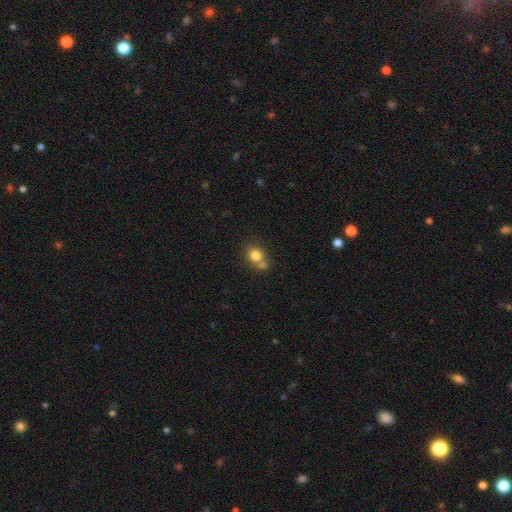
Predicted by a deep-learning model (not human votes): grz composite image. It shows a smooth galaxy with no disk features (80%) that is round (72%). Merging: none (50%).